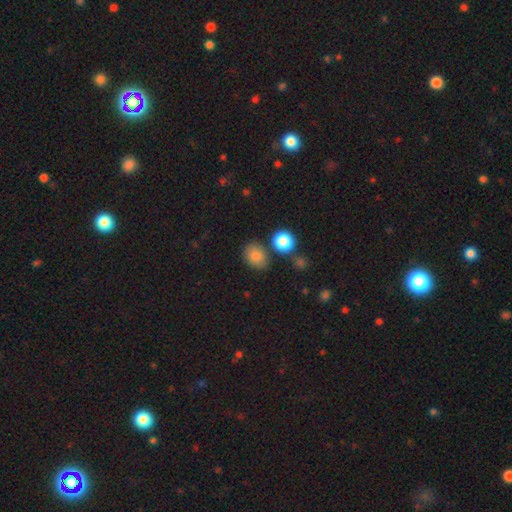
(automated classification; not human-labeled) Morphology: type=smooth (82%); roundness=in between (61%); merging=none (74%).